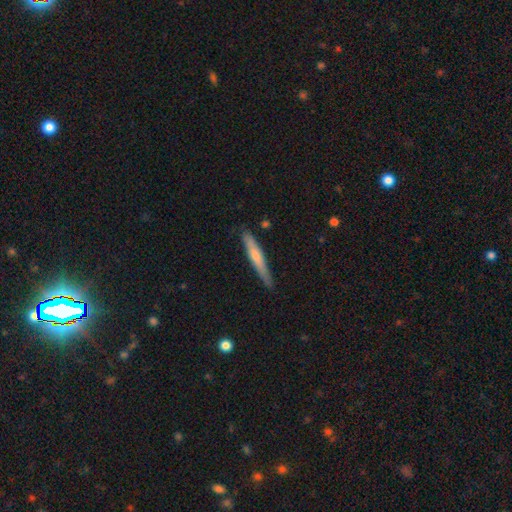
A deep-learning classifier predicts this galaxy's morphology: smooth_or_featured: smooth (p=0.53) [alt: featured or disk p=0.41]
how_rounded: cigar-shaped (p=0.94) [alt: in between p=0.04]
merging: none (p=0.84) [alt: minor disturbance p=0.12]